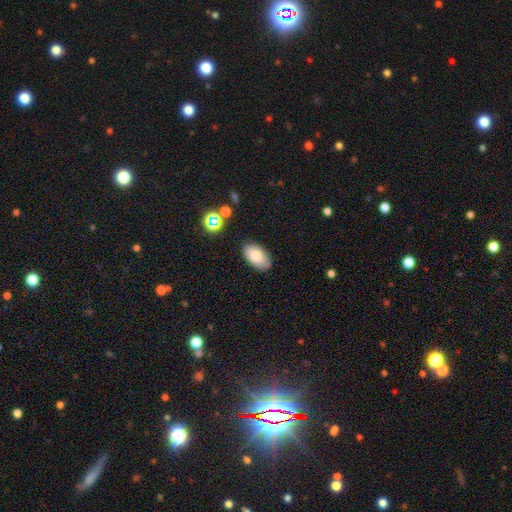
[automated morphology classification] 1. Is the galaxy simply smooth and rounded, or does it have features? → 81% smooth, 11% featured or disk, 8% star or artifact.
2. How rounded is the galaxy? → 94% in between, 4% round, 2% cigar-shaped.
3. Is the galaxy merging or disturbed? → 84% none, 12% minor disturbance, 3% major disturbance, 2% merger.